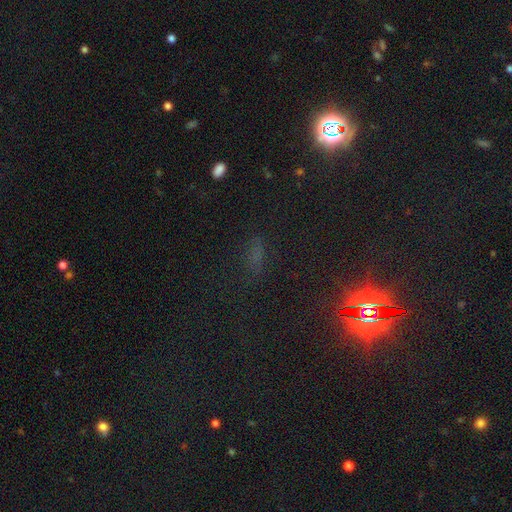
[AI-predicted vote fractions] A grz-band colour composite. It shows a star or artifact, not a galaxy (60%).